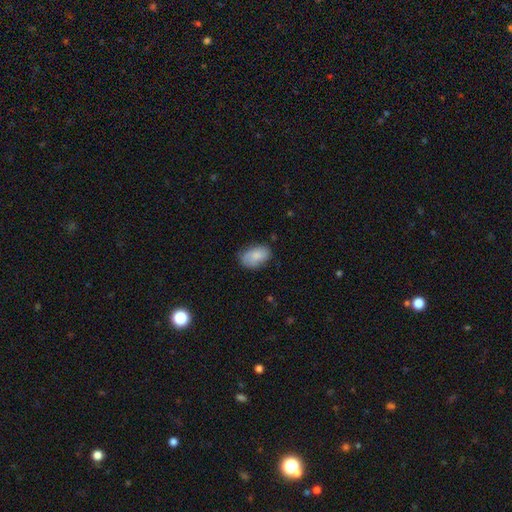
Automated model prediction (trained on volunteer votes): This is likely a smooth galaxy (78%). How rounded: clearly in between (91%). Merging: likely none (66%).